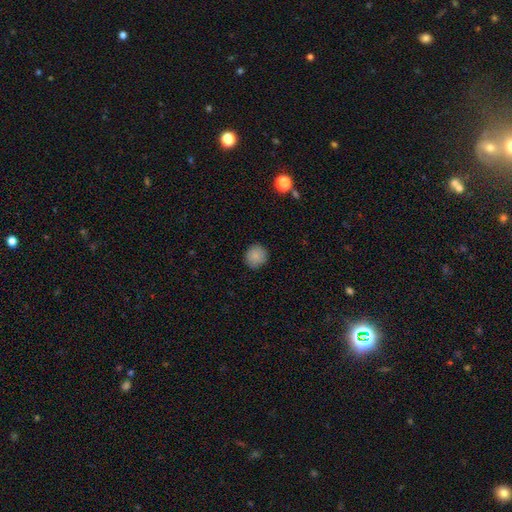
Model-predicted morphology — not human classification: A smooth galaxy with no disk features (86%) that is round (91%).

Vote fractions:
- Smooth or featured? smooth: 86% / star or artifact: 9% / featured or disk: 5%
- How rounded? round: 91% / in between: 8% / cigar-shaped: 1%
- Merging? none: 89% / minor disturbance: 8% / major disturbance: 2% / merger: 1%